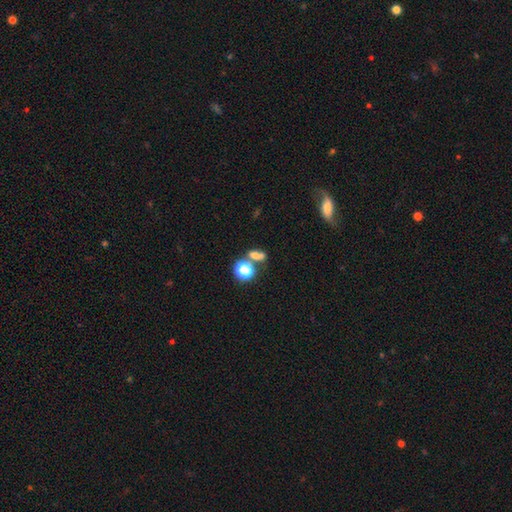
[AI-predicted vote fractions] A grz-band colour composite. It shows a smooth galaxy with no disk features (63%) that is in between round and cigar-shaped (56%). Merging: none (48%).